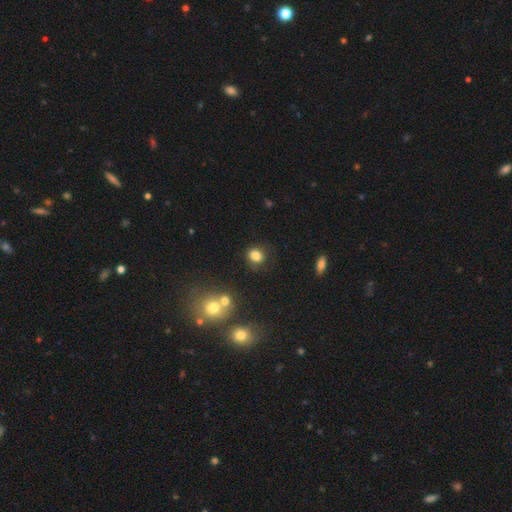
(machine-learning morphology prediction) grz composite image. It shows a smooth galaxy with no disk features (82%) that is round (63%). Merging: none (81%).